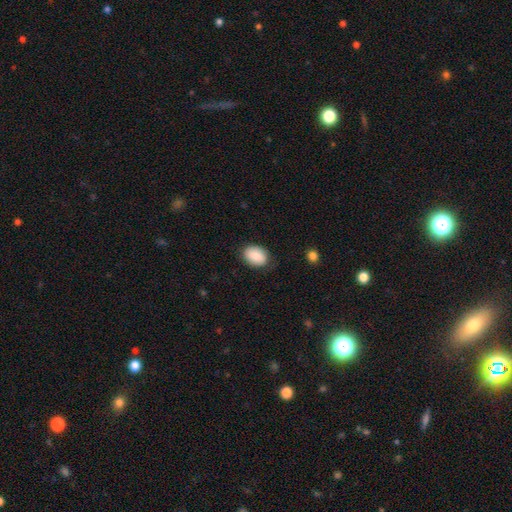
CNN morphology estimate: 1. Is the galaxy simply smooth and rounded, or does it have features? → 85% smooth, 8% featured or disk, 7% star or artifact.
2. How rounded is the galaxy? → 73% in between, 26% round, 1% cigar-shaped.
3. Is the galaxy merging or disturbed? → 80% none, 15% minor disturbance, 3% major disturbance, 1% merger.